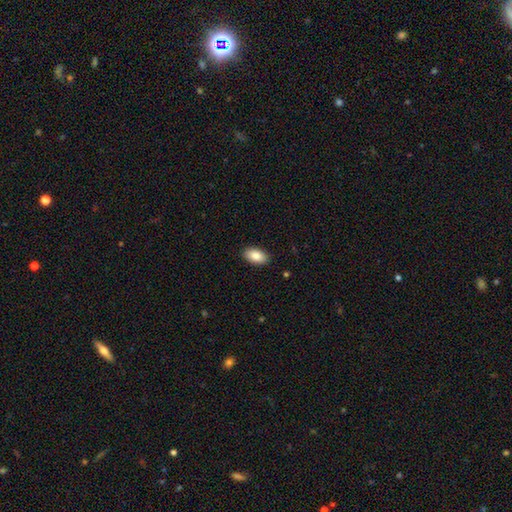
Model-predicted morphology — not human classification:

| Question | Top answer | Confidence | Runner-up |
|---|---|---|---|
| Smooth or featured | smooth | 85% | featured or disk (8%) |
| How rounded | in between | 94% | round (4%) |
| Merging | none | 89% | minor disturbance (8%) |